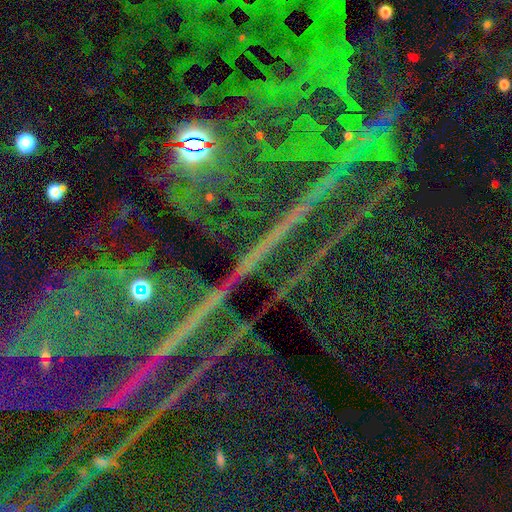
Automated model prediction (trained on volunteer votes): star or artifact 84%, featured or disk 9%, smooth 6%.